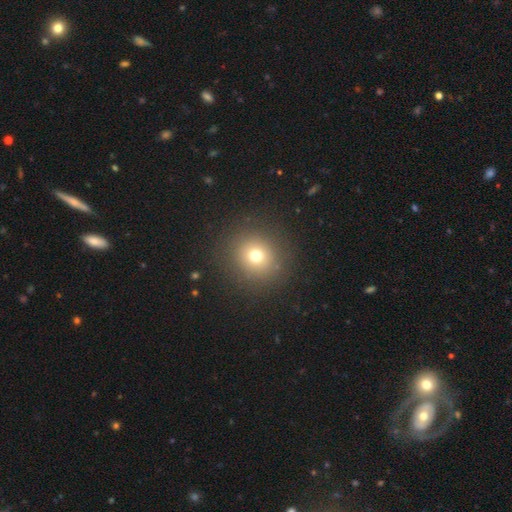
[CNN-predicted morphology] type=smooth (71%); roundness=round (92%); merging=none (88%).